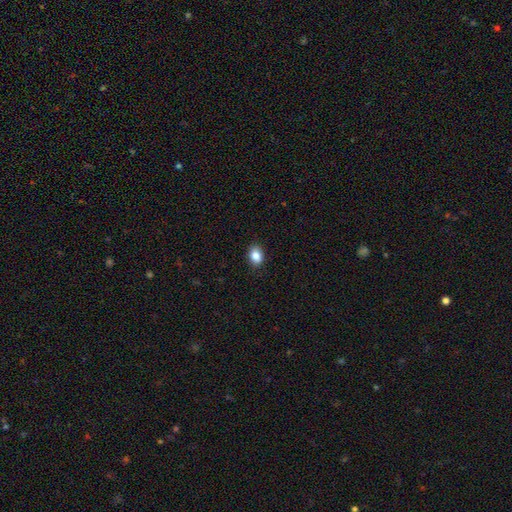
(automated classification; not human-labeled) Smooth or featured: smooth — 86% (star or artifact — 9%)
How rounded: in between — 74% (round — 25%)
Merging: none — 88% (minor disturbance — 9%)